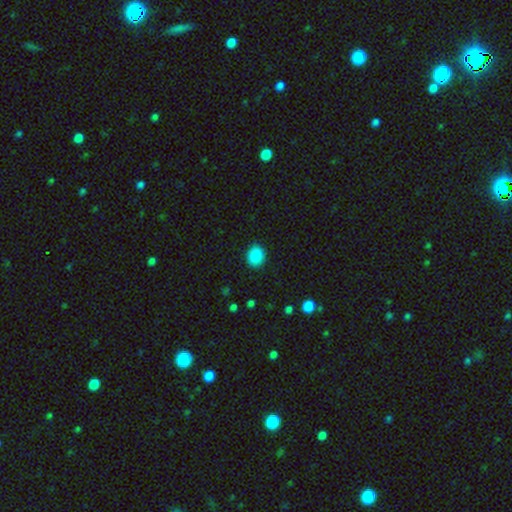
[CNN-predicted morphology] Smooth or featured: smooth — 89% (star or artifact — 8%)
How rounded: round — 53% (in between — 46%)
Merging: none — 88% (minor disturbance — 8%)